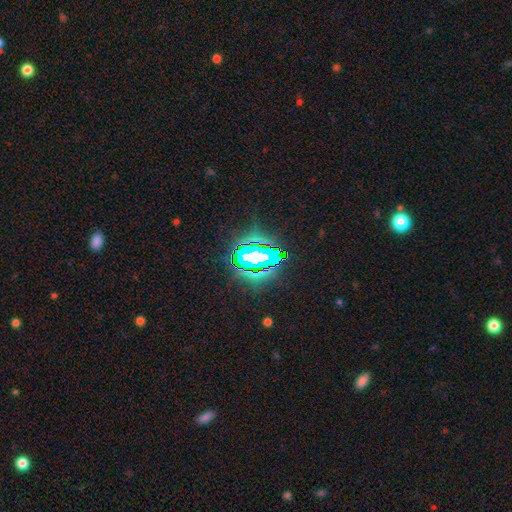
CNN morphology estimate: Smooth or featured?
  - star or artifact: 70% *
  - smooth: 17%
  - featured or disk: 14%